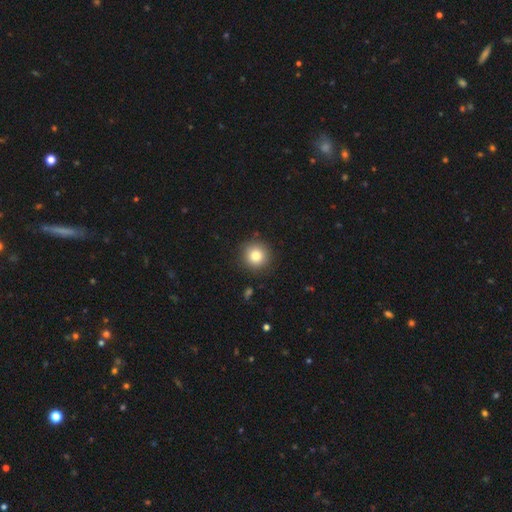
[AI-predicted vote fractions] Morphology: type=smooth (82%); roundness=round (94%); merging=none (90%).